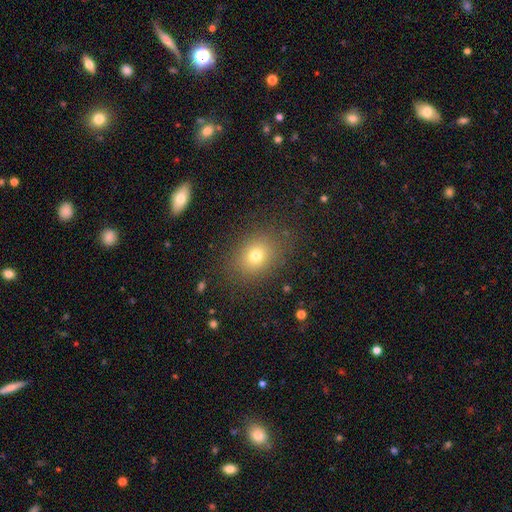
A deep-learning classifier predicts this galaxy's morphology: A smooth galaxy with no disk features (74%) that is round (50%).

Vote fractions:
- Smooth or featured? smooth: 74% / star or artifact: 15% / featured or disk: 11%
- How rounded? round: 50% / in between: 49% / cigar-shaped: 1%
- Merging? none: 83% / minor disturbance: 11% / major disturbance: 5% / merger: 1%